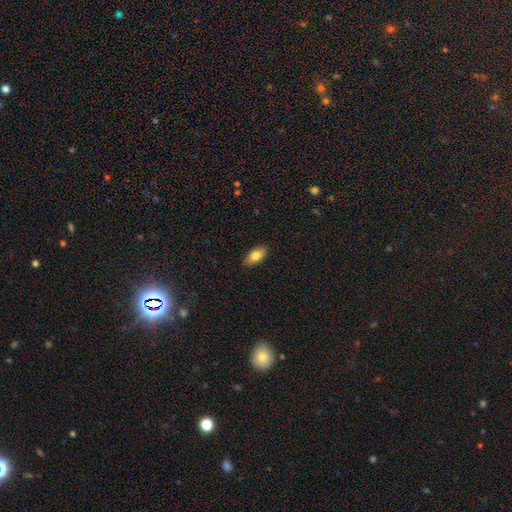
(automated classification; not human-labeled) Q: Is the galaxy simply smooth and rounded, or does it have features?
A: smooth — 81%.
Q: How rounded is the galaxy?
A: in between — 90%.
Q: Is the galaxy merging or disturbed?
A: none — 88%.